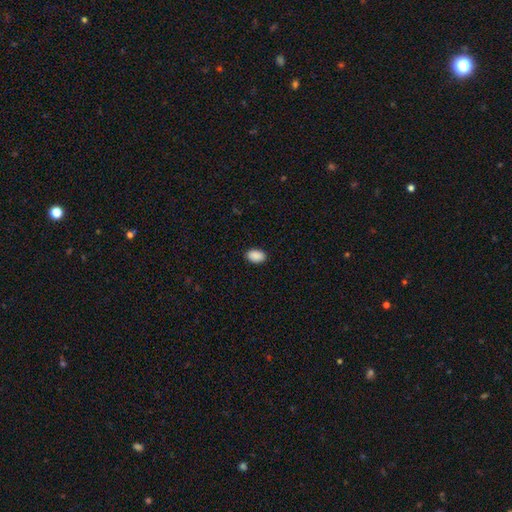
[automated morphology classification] Smooth or featured: smooth — 91% (star or artifact — 7%)
How rounded: in between — 89% (round — 10%)
Merging: none — 90% (minor disturbance — 8%)